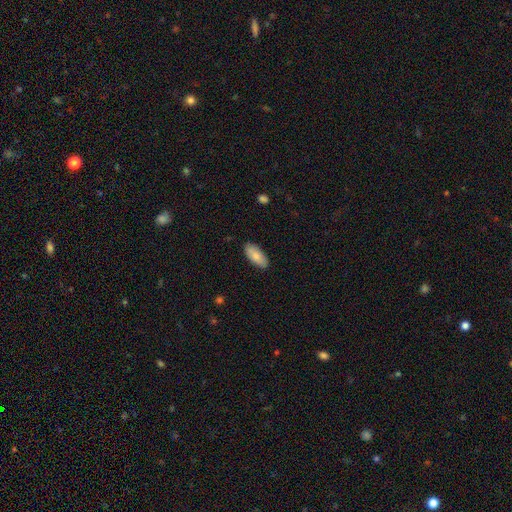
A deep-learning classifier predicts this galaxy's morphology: This is clearly a smooth galaxy (84%). How rounded: clearly in between (89%). Merging: clearly none (88%).